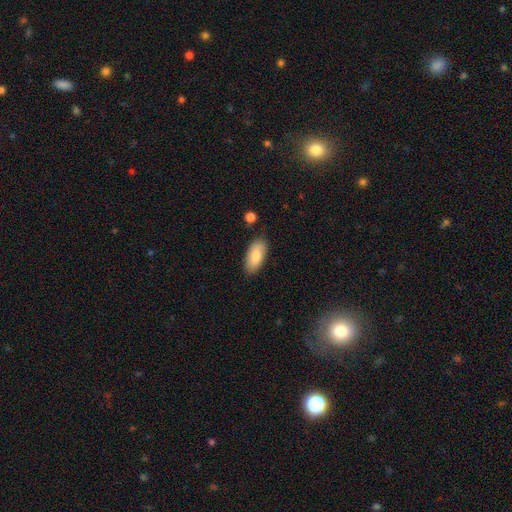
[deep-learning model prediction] A smooth galaxy with no disk features (83%) that is in between round and cigar-shaped (91%).

Vote fractions:
- Smooth or featured? smooth: 83% / featured or disk: 11% / star or artifact: 6%
- How rounded? in between: 91% / cigar-shaped: 7% / round: 2%
- Merging? none: 83% / minor disturbance: 13% / major disturbance: 2% / merger: 2%